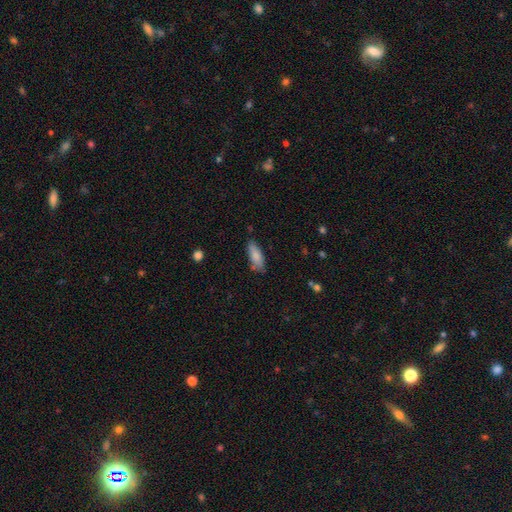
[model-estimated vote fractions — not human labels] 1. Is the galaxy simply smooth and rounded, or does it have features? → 84% smooth, 10% featured or disk, 6% star or artifact.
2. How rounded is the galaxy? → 69% in between, 29% cigar-shaped, 2% round.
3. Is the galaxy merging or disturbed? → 75% none, 18% minor disturbance, 4% major disturbance, 3% merger.